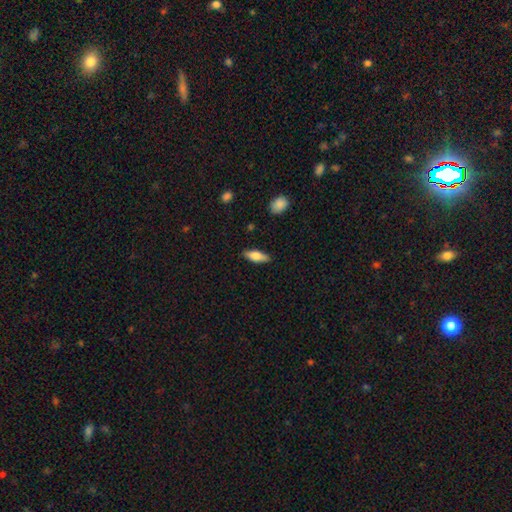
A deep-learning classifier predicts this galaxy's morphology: This appears to be a smooth galaxy with no disk features (71%) that is in between round and cigar-shaped (67%). Merging: none (87%).